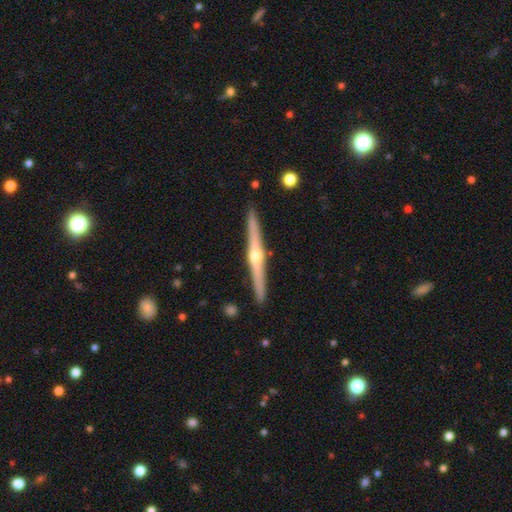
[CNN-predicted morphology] A featured or disk galaxy (75%) viewed edge-on (98%) with a rounded central bulge (92%).

Vote fractions:
- Smooth or featured? featured or disk: 75% / smooth: 20% / star or artifact: 5%
- Edge-on disk? yes: 98% / no: 2%
- Edge-on bulge? rounded: 92% / none: 5% / boxy: 3%
- Merging? none: 90% / minor disturbance: 7% / merger: 2% / major disturbance: 1%